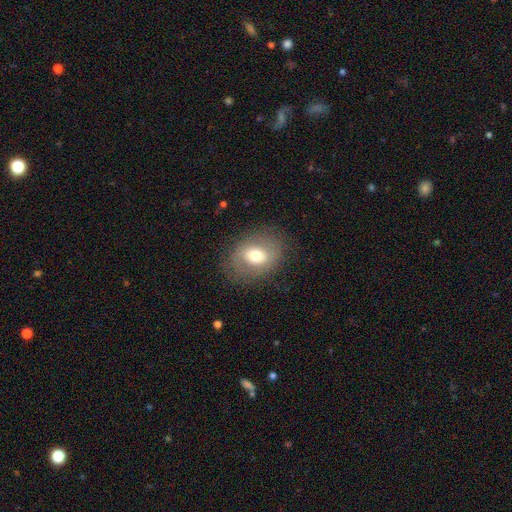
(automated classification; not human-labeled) Morphology: type=smooth (61%); roundness=in between (57%); merging=none (78%).